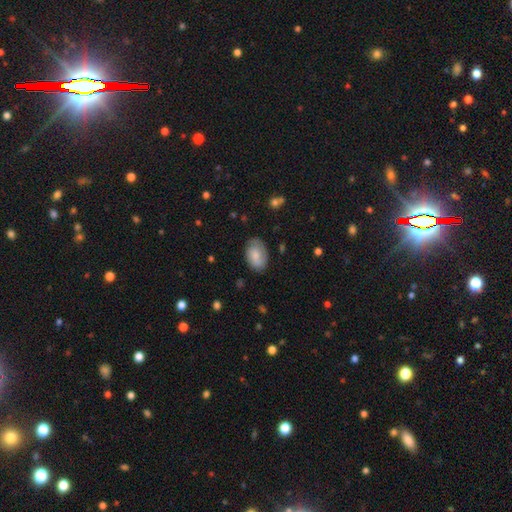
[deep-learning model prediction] smooth-or-featured: smooth: 70% | featured or disk: 23% | star or artifact: 7%
  how-rounded: in between: 89% | round: 10% | cigar-shaped: 1%
  merging: none: 76% | minor disturbance: 18% | major disturbance: 4% | merger: 1%